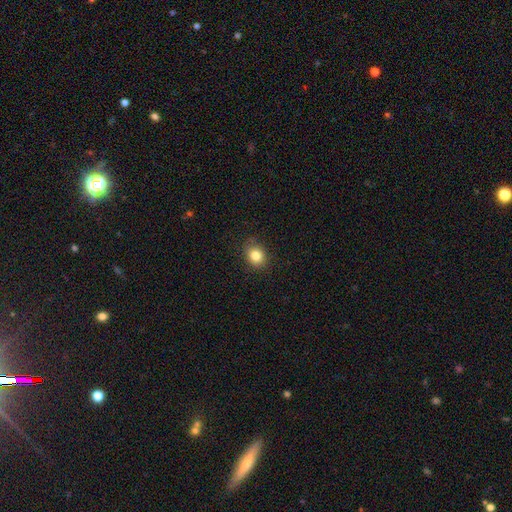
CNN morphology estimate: Smooth or featured: smooth — 83% (star or artifact — 10%)
How rounded: round — 57% (in between — 42%)
Merging: none — 85% (minor disturbance — 12%)